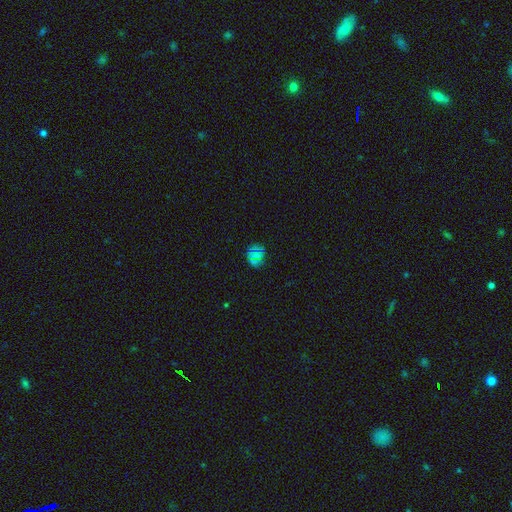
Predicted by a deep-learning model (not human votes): This is possibly a smooth galaxy (59%). How rounded: likely round (66%). Merging: likely none (72%).